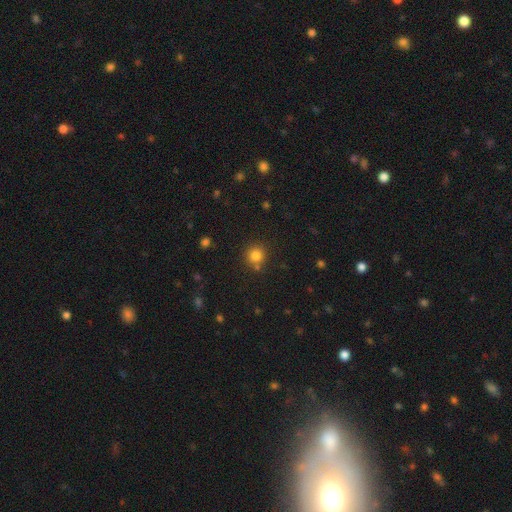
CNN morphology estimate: Q: Smooth or featured?
A: smooth (81%); runner-up: star or artifact (13%)
Q: How rounded?
A: round (92%); runner-up: in between (7%)
Q: Merging?
A: none (78%); runner-up: merger (10%)